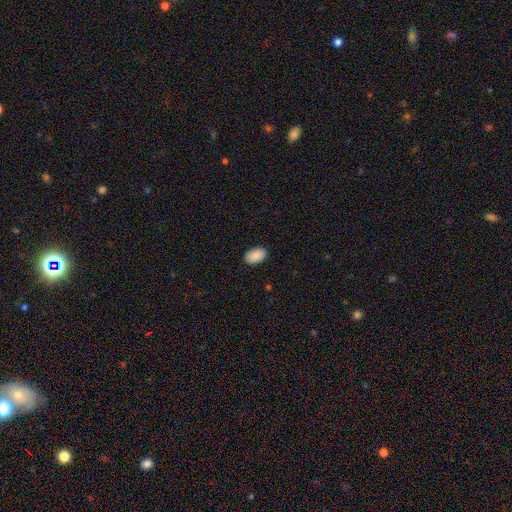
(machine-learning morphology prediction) Smooth or featured: smooth — 89% (star or artifact — 6%)
How rounded: in between — 92% (round — 6%)
Merging: none — 90% (minor disturbance — 8%)